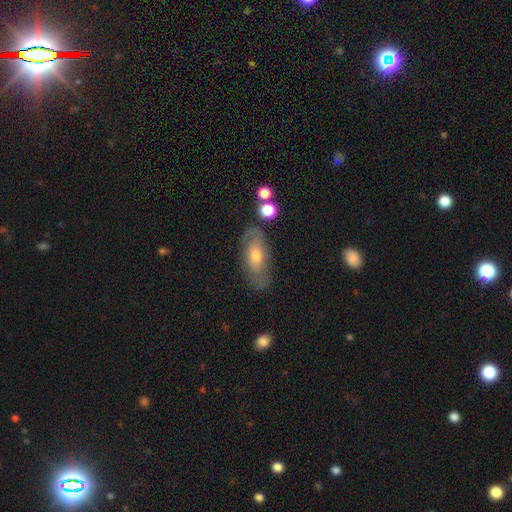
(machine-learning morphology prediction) Smooth or featured?
  - featured or disk: 49% *
  - smooth: 43%
  - star or artifact: 8%
Merging?
  - none: 73% *
  - minor disturbance: 18%
  - major disturbance: 7%
  - merger: 3%